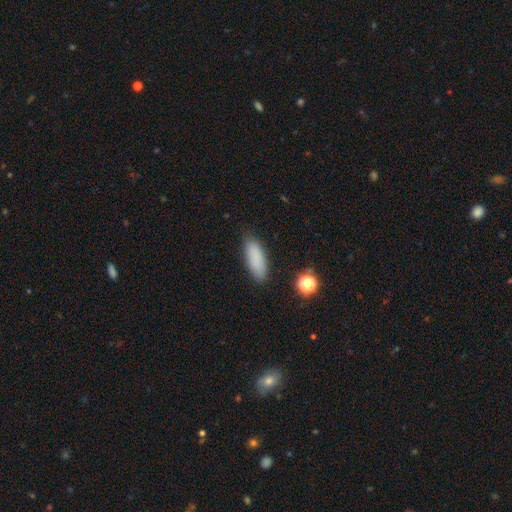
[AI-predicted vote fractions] Smooth or featured?
  - smooth: 86% *
  - star or artifact: 8%
  - featured or disk: 6%
How rounded?
  - in between: 59% *
  - cigar-shaped: 39%
  - round: 2%
Merging?
  - none: 85% *
  - minor disturbance: 11%
  - major disturbance: 3%
  - merger: 2%